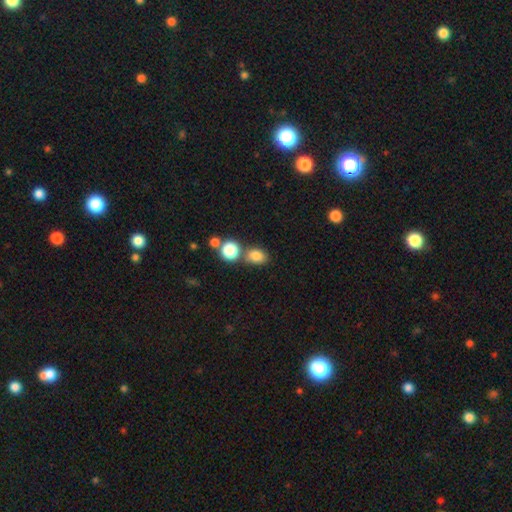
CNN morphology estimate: A smooth galaxy with no disk features (81%) that is in between round and cigar-shaped (62%). Merging: none (61%).